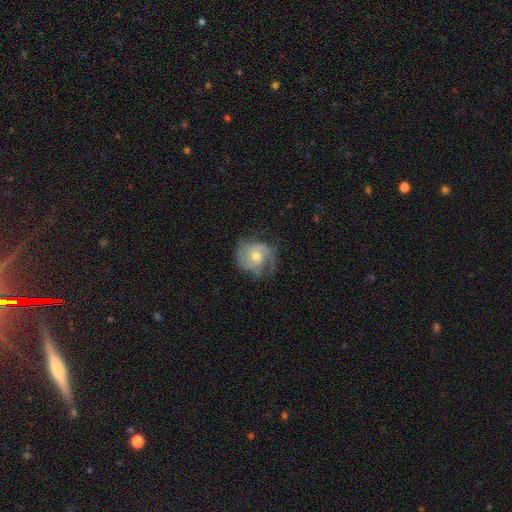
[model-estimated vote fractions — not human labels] Smooth or featured? Predicted: featured or disk (p=0.71). Edge-on disk? Predicted: no (p=0.97). Bar? Predicted: no (p=0.67). Spiral arms? Predicted: yes (p=0.89). Spiral winding? Predicted: medium (p=0.43). Spiral arm count? Predicted: 2 (p=0.50). Bulge size? Predicted: moderate (p=0.65). Merging? Predicted: none (p=0.61).